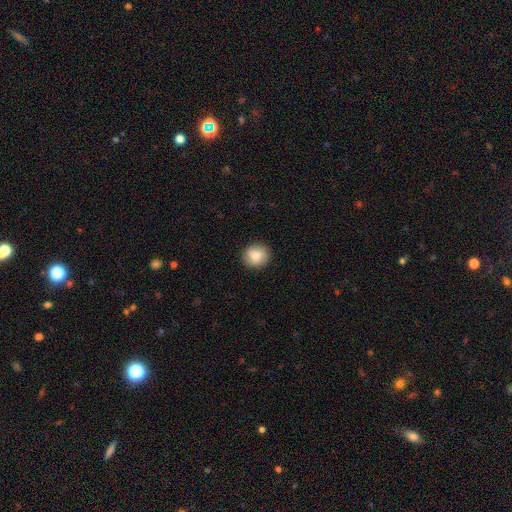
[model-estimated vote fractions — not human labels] A smooth galaxy with no disk features (84%) that is round (85%). Merging: none (89%).